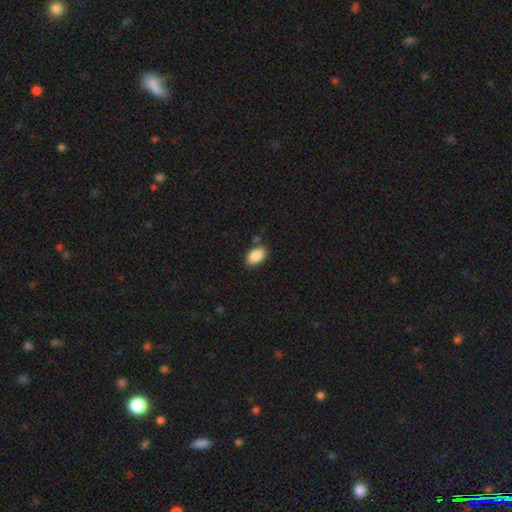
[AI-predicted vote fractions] Smooth or featured? Predicted: smooth (p=0.89). How rounded? Predicted: in between (p=0.92). Merging? Predicted: none (p=0.81).